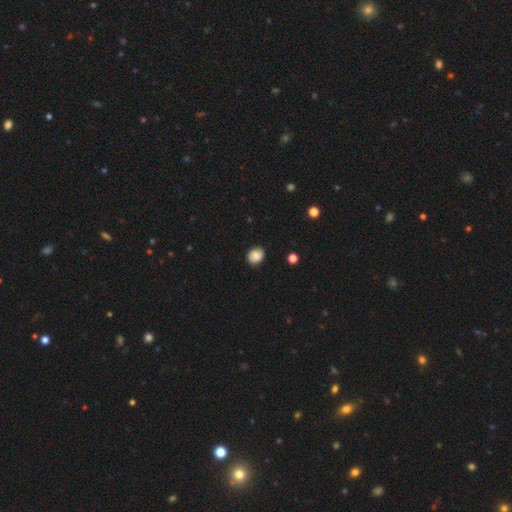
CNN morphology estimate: smooth_or_featured: smooth (p=0.83) [alt: star or artifact p=0.09]
how_rounded: round (p=0.61) [alt: in between p=0.38]
merging: none (p=0.85) [alt: minor disturbance p=0.12]